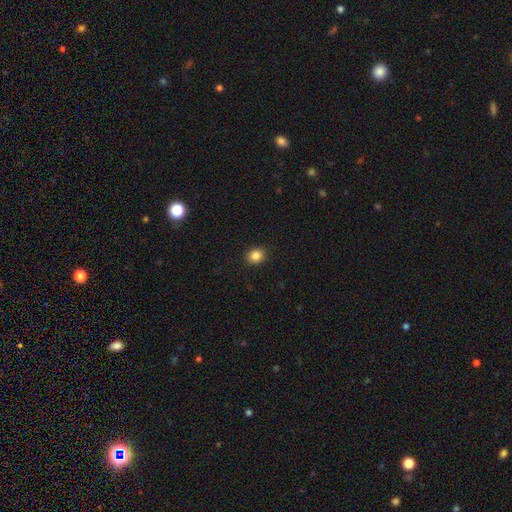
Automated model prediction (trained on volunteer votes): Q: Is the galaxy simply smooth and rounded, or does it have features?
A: smooth — 85%.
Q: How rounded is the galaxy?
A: round — 70%.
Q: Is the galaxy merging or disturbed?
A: none — 91%.